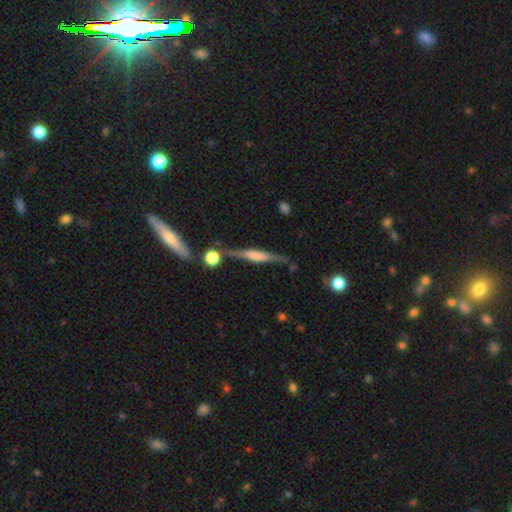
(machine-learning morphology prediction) Q: Smooth or featured?
A: featured or disk (66%); runner-up: smooth (27%)
Q: Edge-on disk?
A: yes (94%); runner-up: no (6%)
Q: Edge-on bulge?
A: boxy (44%); runner-up: rounded (40%)
Q: Merging?
A: none (71%); runner-up: minor disturbance (17%)